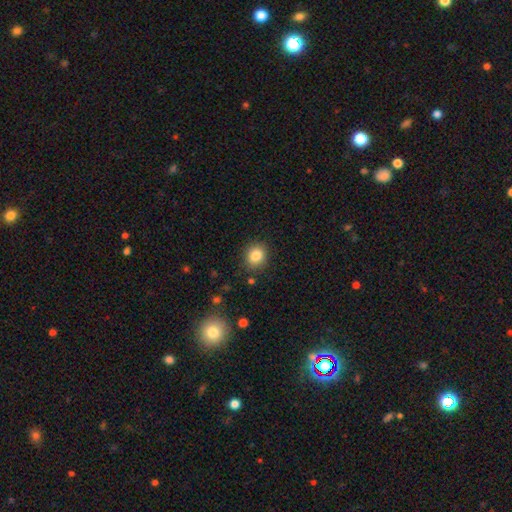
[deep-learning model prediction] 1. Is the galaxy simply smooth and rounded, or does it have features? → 83% smooth, 11% star or artifact, 6% featured or disk.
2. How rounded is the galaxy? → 75% round, 24% in between, 1% cigar-shaped.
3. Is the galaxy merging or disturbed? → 88% none, 8% minor disturbance, 2% major disturbance, 2% merger.